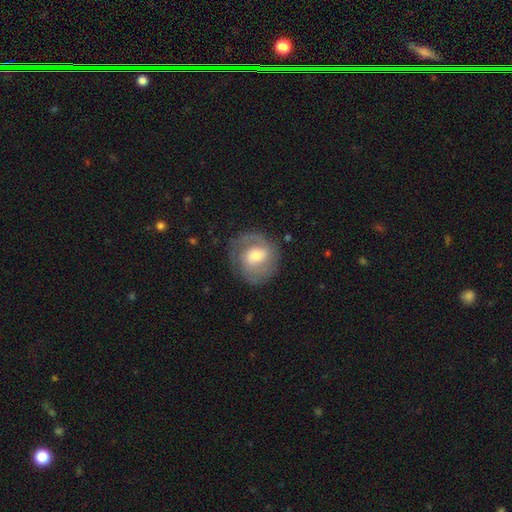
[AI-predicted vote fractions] Smooth or featured?
  - featured or disk: 72% *
  - smooth: 22%
  - star or artifact: 6%
Edge-on disk?
  - no: 98% *
  - yes: 2%
Bar?
  - weak: 46% *
  - no: 40%
  - strong: 15%
Spiral arms?
  - yes: 88% *
  - no: 12%
Spiral winding?
  - medium: 43% *
  - tight: 42%
  - loose: 15%
Spiral arm count?
  - 2: 71% *
  - can't tell: 13%
  - 1: 9%
  - 3: 4%
  - 4: 2%
  - more than 4: 2%
Bulge size?
  - moderate: 57% *
  - small: 31%
  - large: 9%
  - none: 1%
  - dominant: 1%
Merging?
  - none: 77% *
  - minor disturbance: 14%
  - major disturbance: 8%
  - merger: 1%